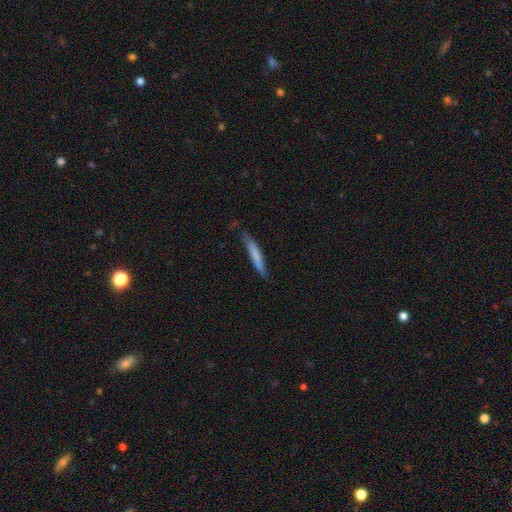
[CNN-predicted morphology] The model was most divided on "smooth or featured": smooth: 72%, featured or disk: 22%, star or artifact: 5%. More confident: how rounded — cigar-shaped (94%); merging — none (73%).